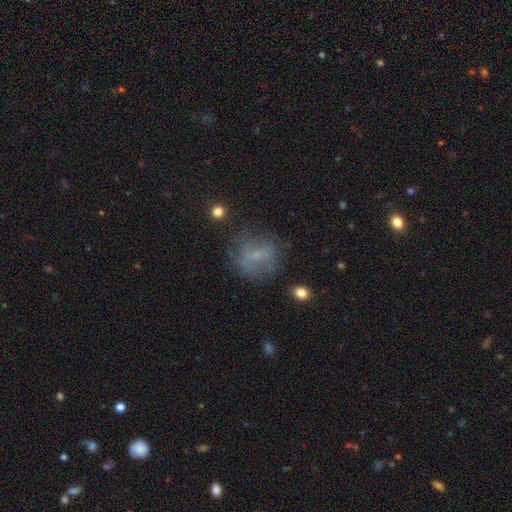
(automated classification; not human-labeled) Morphology: type=smooth (53%); roundness=round (73%); merging=none (60%).